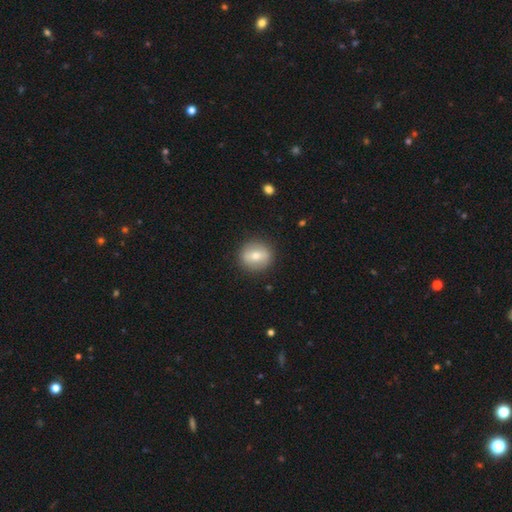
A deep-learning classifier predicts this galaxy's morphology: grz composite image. It shows a smooth galaxy with no disk features (64%) that is round (80%). Merging: none (88%).